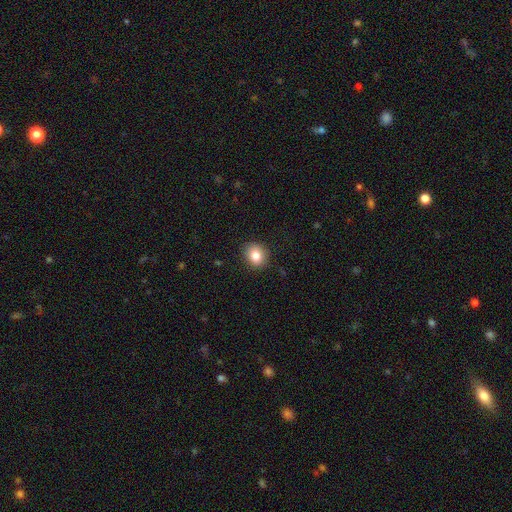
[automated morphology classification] Smooth or featured? Predicted: smooth (p=0.83). How rounded? Predicted: round (p=0.72). Merging? Predicted: none (p=0.89).